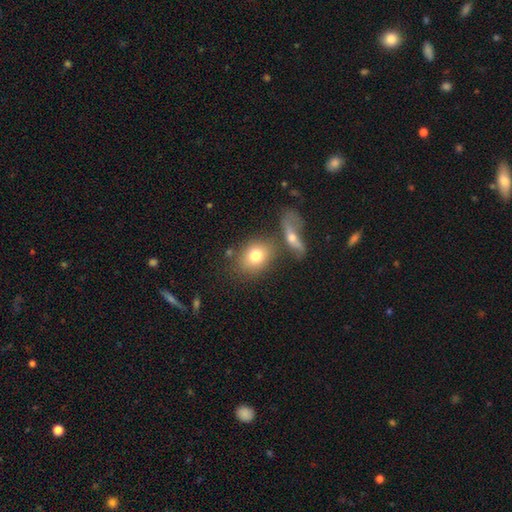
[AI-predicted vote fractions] This is likely a smooth galaxy (75%). How rounded: possibly in between (51%). Merging: possibly none (60%).